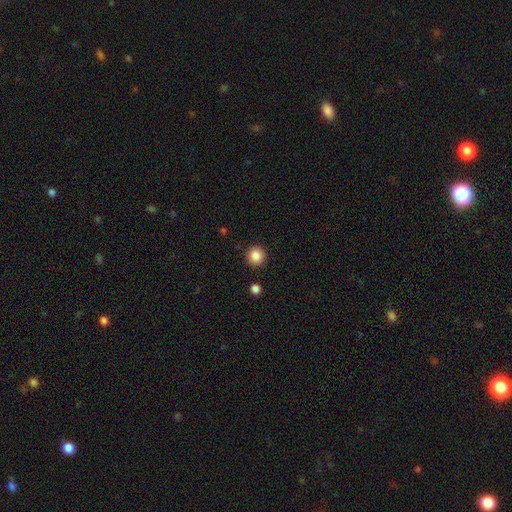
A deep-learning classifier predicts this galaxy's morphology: type=smooth (87%); roundness=round (95%); merging=none (91%).